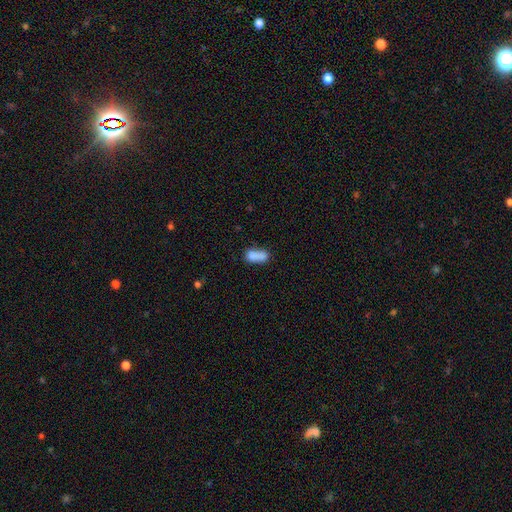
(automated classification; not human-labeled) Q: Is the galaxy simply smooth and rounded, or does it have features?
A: smooth — 79%.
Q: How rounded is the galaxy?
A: in between — 81%.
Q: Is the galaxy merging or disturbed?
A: none — 40%.